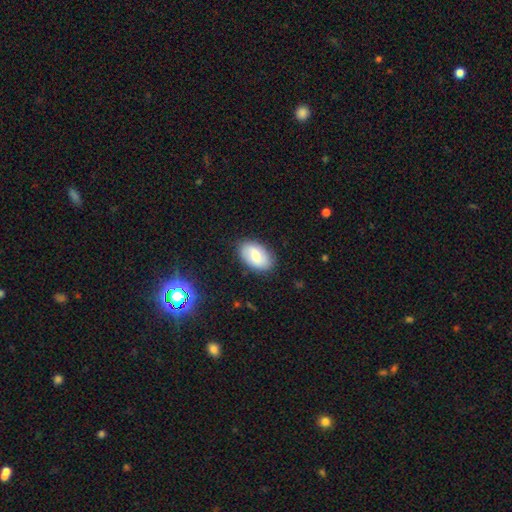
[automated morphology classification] smooth 68%, featured or disk 24%, star or artifact 7%. Down the decision tree: how rounded — in between (91%); merging — none (86%).